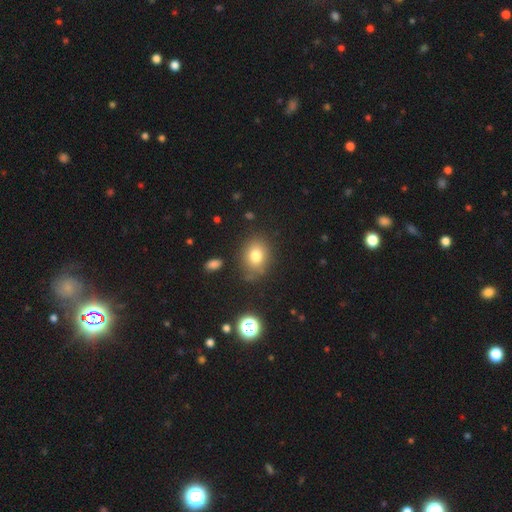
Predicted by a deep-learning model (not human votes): This appears to be a smooth galaxy with no disk features (78%) that is in between round and cigar-shaped (52%). Merging: none (78%).